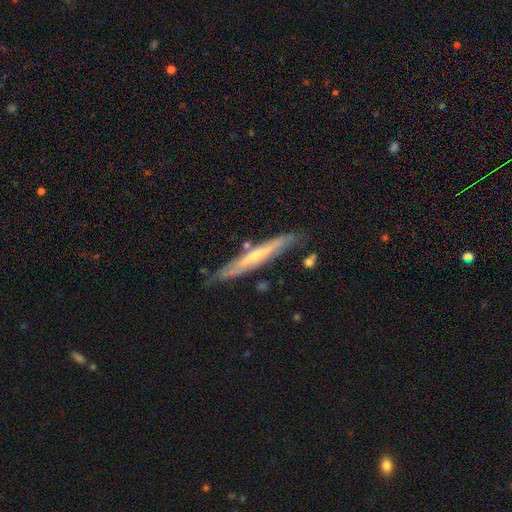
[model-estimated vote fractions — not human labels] Smooth or featured?
  - featured or disk: 67% *
  - smooth: 27%
  - star or artifact: 6%
Edge-on disk?
  - yes: 83% *
  - no: 17%
Edge-on bulge?
  - rounded: 49% *
  - none: 45%
  - boxy: 6%
Merging?
  - none: 75% *
  - minor disturbance: 18%
  - merger: 4%
  - major disturbance: 3%